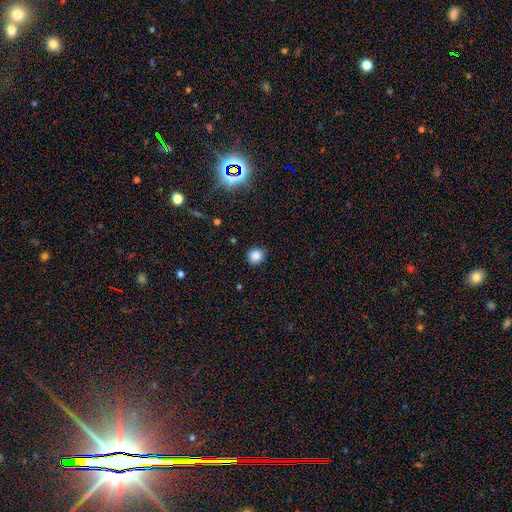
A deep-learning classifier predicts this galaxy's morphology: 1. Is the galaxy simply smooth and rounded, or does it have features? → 85% smooth, 12% star or artifact, 4% featured or disk.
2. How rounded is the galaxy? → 87% round, 12% in between, 1% cigar-shaped.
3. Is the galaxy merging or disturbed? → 86% none, 11% minor disturbance, 2% major disturbance, 1% merger.